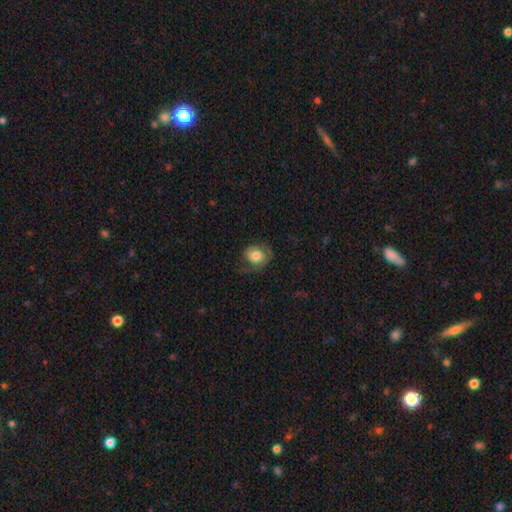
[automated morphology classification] Smooth or featured? Predicted: smooth (p=0.62). How rounded? Predicted: round (p=0.56). Merging? Predicted: none (p=0.49).